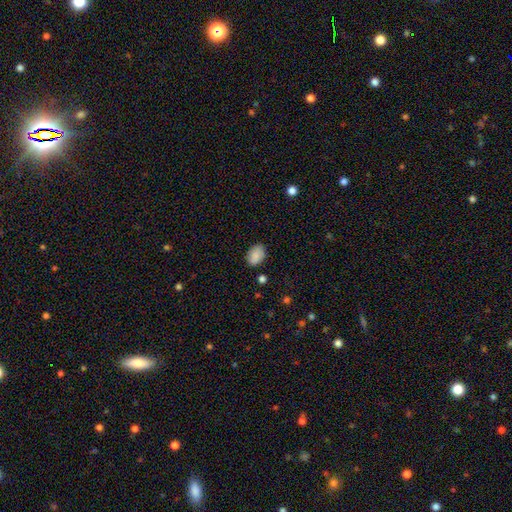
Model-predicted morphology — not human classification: smooth-or-featured: smooth: 87% | star or artifact: 8% | featured or disk: 5%
  how-rounded: in between: 83% | round: 16% | cigar-shaped: 1%
  merging: none: 80% | minor disturbance: 15% | major disturbance: 3% | merger: 2%